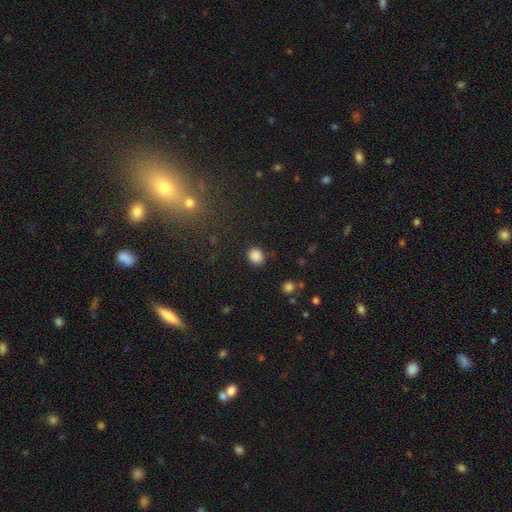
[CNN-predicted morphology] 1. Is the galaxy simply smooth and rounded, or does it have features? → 86% smooth, 11% star or artifact, 3% featured or disk.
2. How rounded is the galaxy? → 65% round, 34% in between, 1% cigar-shaped.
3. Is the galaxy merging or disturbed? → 85% none, 10% minor disturbance, 3% major disturbance, 2% merger.